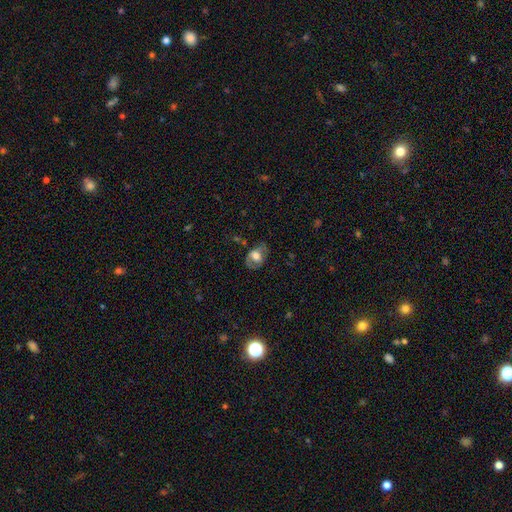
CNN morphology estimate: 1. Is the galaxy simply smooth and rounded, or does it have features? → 50% smooth, 42% featured or disk, 8% star or artifact.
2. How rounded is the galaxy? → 72% in between, 27% round, 1% cigar-shaped.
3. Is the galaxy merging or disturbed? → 59% none, 25% minor disturbance, 14% major disturbance, 2% merger.